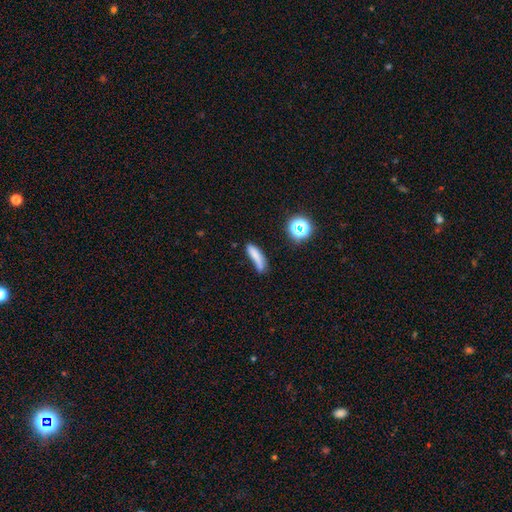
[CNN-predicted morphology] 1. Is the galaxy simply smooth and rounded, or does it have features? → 73% smooth, 13% featured or disk, 13% star or artifact.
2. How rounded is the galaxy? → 68% cigar-shaped, 28% in between, 4% round.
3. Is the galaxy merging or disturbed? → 50% none, 26% minor disturbance, 13% major disturbance, 12% merger.